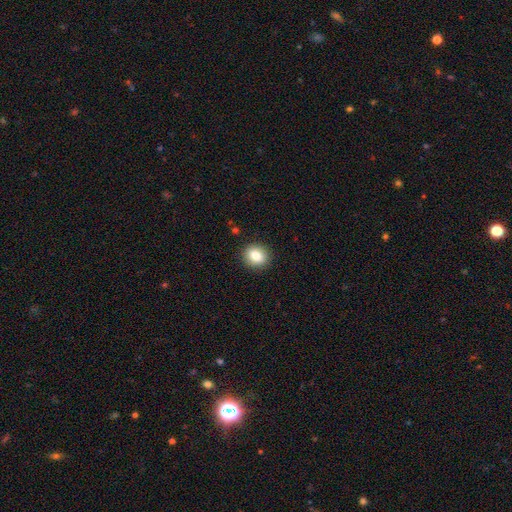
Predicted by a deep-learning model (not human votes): Overall: smooth (83%). How rounded: round (67%; in between 32%). Merging: none (90%).